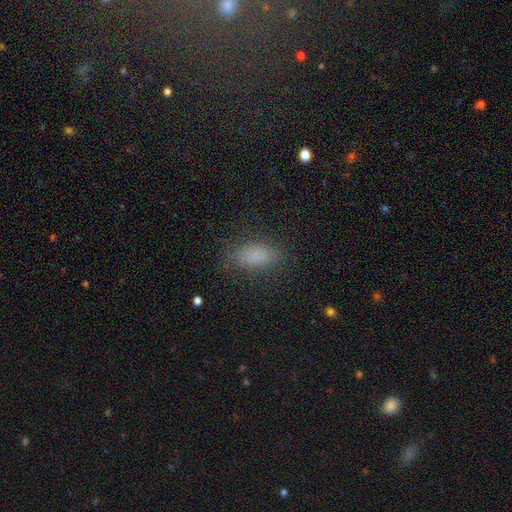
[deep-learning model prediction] smooth 83%, star or artifact 11%, featured or disk 6%. Down the decision tree: how rounded — in between (86%); merging — none (82%).